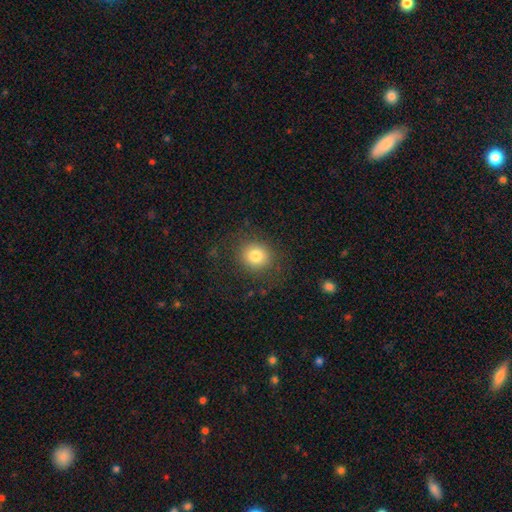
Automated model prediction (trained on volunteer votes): This appears to be a smooth galaxy with no disk features (80%) that is round (82%). Merging: none (83%).